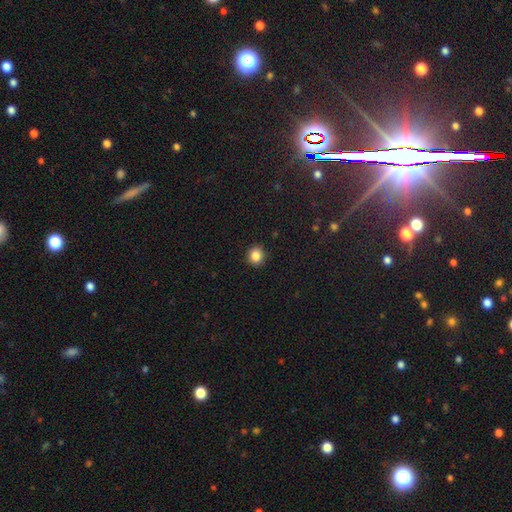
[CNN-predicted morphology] Smooth or featured? Predicted: smooth (p=0.85). How rounded? Predicted: round (p=0.86). Merging? Predicted: none (p=0.92).